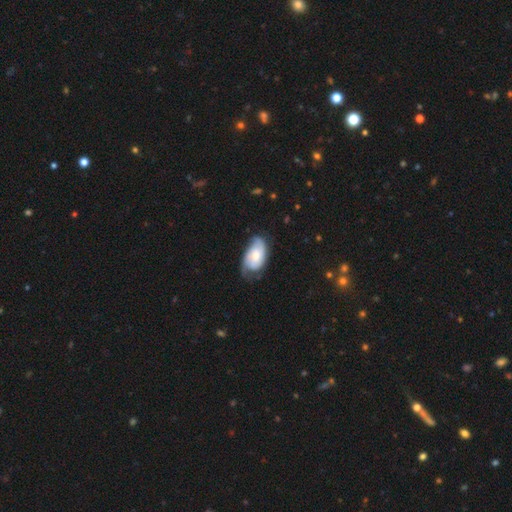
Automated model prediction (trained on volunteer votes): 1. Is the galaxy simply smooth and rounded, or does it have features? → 47% featured or disk, 46% smooth, 6% star or artifact.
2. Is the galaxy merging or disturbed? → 47% none, 35% minor disturbance, 16% major disturbance, 2% merger.